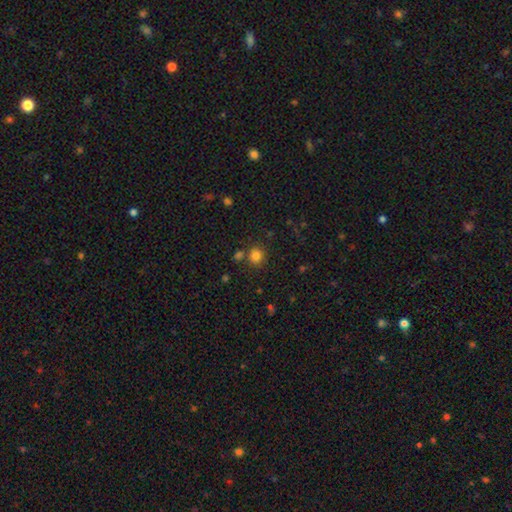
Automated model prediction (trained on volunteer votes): A smooth galaxy with no disk features (81%) that is round (82%). Merging: none (76%).